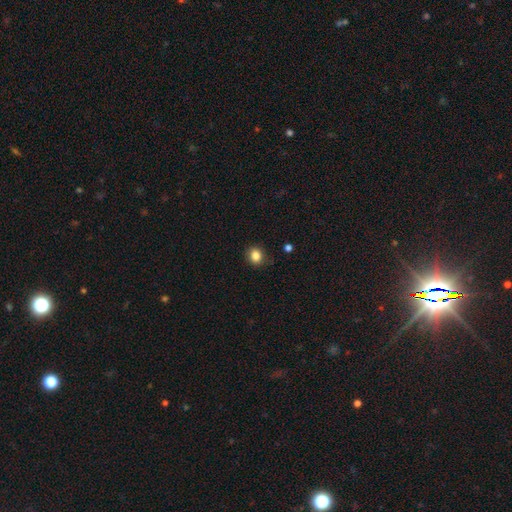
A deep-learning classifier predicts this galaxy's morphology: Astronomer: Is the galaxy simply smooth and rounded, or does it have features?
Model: smooth — 85%.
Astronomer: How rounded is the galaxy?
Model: round — 76%.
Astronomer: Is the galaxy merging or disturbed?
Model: none — 87%.